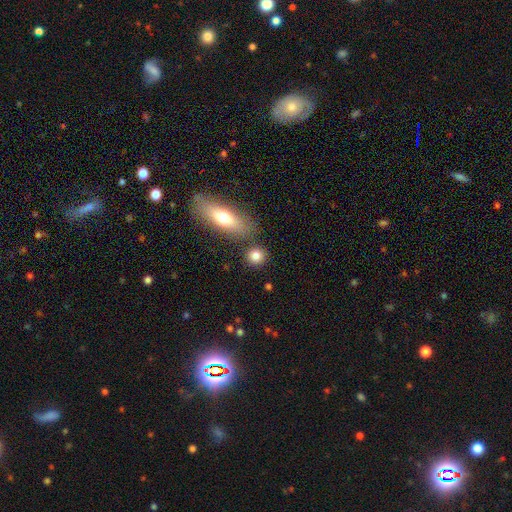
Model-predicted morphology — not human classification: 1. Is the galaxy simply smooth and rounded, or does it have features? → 83% smooth, 9% star or artifact, 8% featured or disk.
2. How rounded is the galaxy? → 82% round, 15% in between, 3% cigar-shaped.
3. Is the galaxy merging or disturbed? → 79% none, 9% merger, 8% minor disturbance, 3% major disturbance.